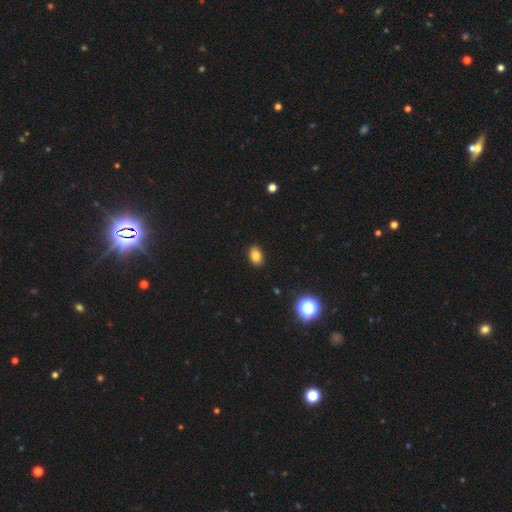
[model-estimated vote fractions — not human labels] The model was most divided on "how rounded": in between: 81%, round: 18%, cigar-shaped: 1%. More confident: merging — none (90%); smooth or featured — smooth (83%).